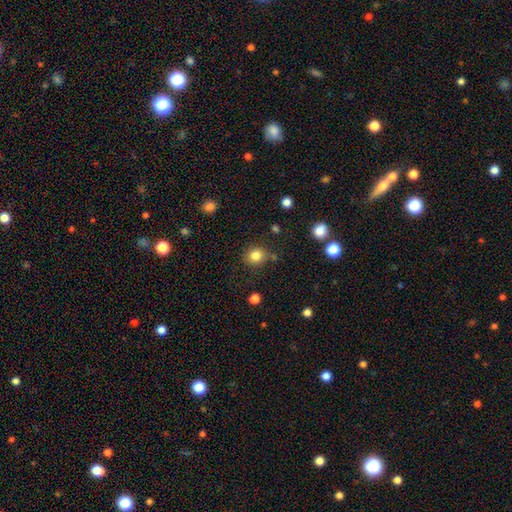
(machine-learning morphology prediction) Q: Smooth or featured?
A: smooth (82%); runner-up: star or artifact (11%)
Q: How rounded?
A: round (80%); runner-up: in between (19%)
Q: Merging?
A: none (78%); runner-up: minor disturbance (14%)